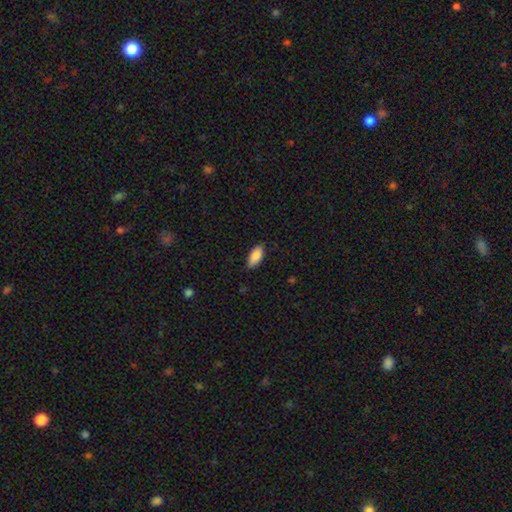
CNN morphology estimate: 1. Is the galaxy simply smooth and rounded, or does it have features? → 87% smooth, 7% featured or disk, 6% star or artifact.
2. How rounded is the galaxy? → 88% in between, 10% cigar-shaped, 2% round.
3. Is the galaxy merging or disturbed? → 85% none, 12% minor disturbance, 2% major disturbance, 1% merger.